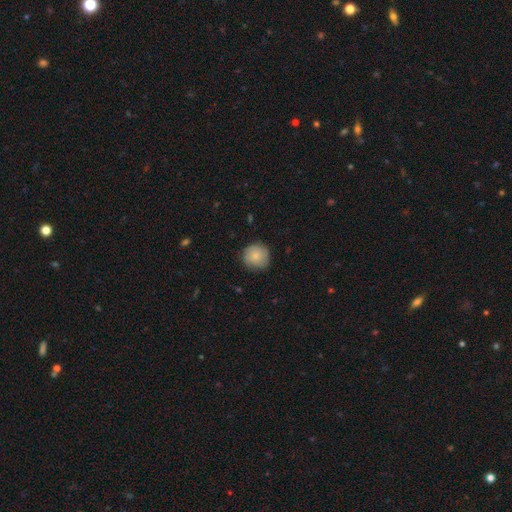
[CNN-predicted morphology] Smooth or featured: smooth — 81% (featured or disk — 12%)
How rounded: round — 93% (in between — 6%)
Merging: none — 81% (minor disturbance — 15%)